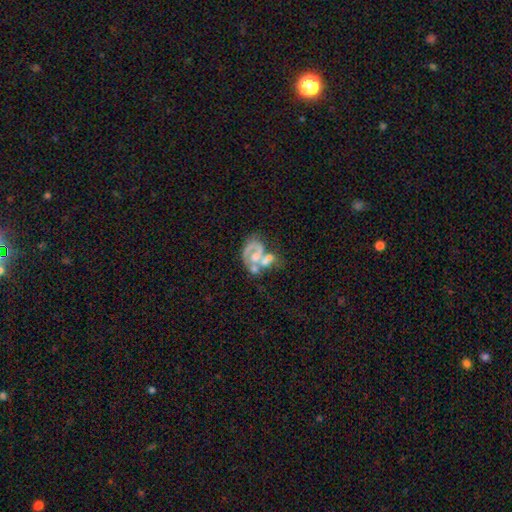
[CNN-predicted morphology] Q: Smooth or featured?
A: featured or disk (69%); runner-up: smooth (21%)
Q: Edge-on disk?
A: no (98%); runner-up: yes (2%)
Q: Bar?
A: no (68%); runner-up: weak (24%)
Q: Spiral arms?
A: yes (56%); runner-up: no (44%)
Q: Bulge size?
A: moderate (44%); runner-up: small (24%)
Q: Merging?
A: merger (49%); runner-up: major disturbance (20%)